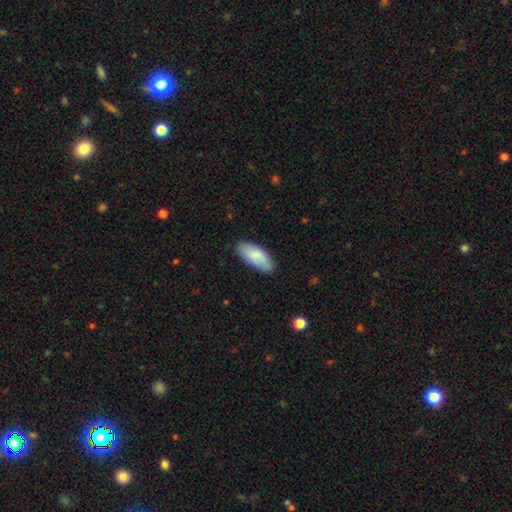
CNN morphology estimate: Overall: smooth (83%). How rounded: in between (82%). Merging: none (80%).